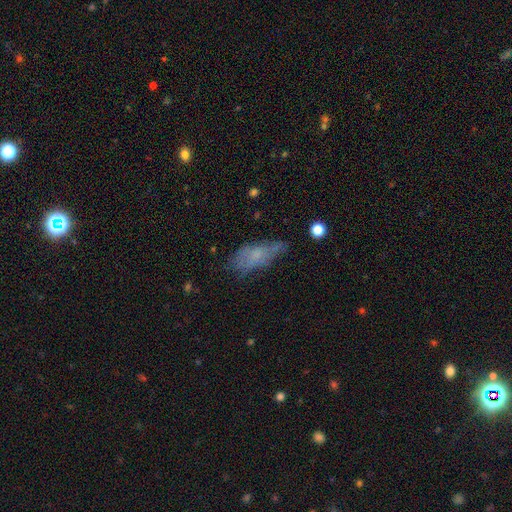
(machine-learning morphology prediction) Smooth or featured? smooth (59%)
How rounded? in between (71%)
Merging? none (47%)